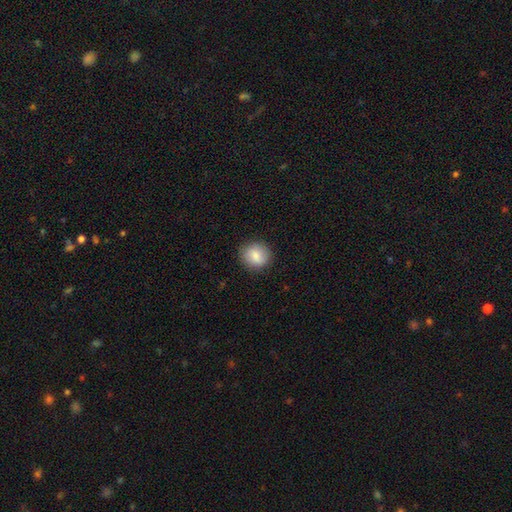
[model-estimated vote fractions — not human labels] Smooth or featured? smooth (83%)
How rounded? round (84%)
Merging? none (88%)